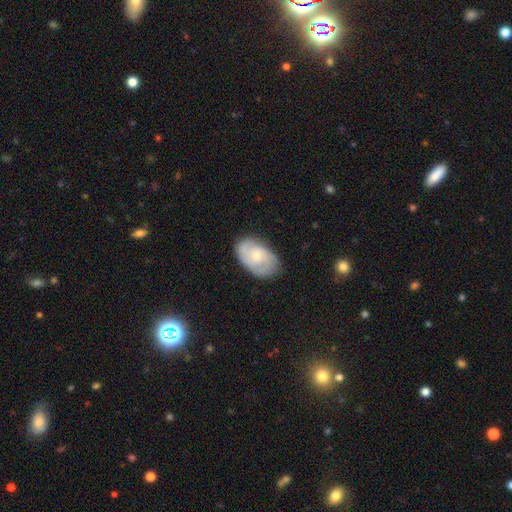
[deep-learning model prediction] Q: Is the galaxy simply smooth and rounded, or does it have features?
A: featured or disk — 47%, tied with smooth.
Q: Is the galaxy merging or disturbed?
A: none — 72%.